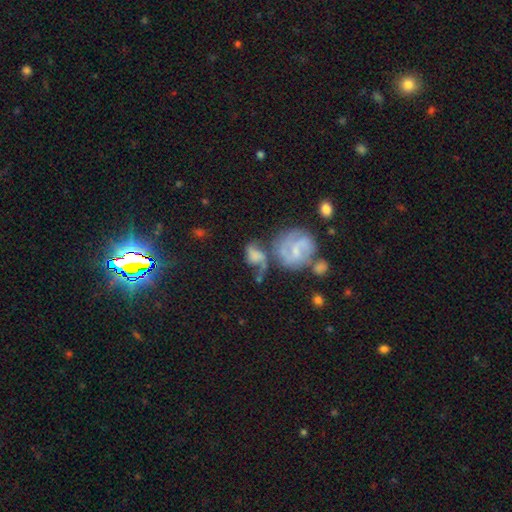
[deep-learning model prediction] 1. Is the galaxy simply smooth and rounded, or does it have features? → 58% featured or disk, 32% smooth, 10% star or artifact.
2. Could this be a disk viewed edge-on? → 97% no, 3% yes.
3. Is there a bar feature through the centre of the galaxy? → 52% no, 35% weak, 13% strong.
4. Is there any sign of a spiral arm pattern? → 80% yes, 20% no.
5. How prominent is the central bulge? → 36% none, 31% small, 21% moderate, 9% large, 3% dominant.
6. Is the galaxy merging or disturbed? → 34% merger, 26% major disturbance, 24% none, 16% minor disturbance.